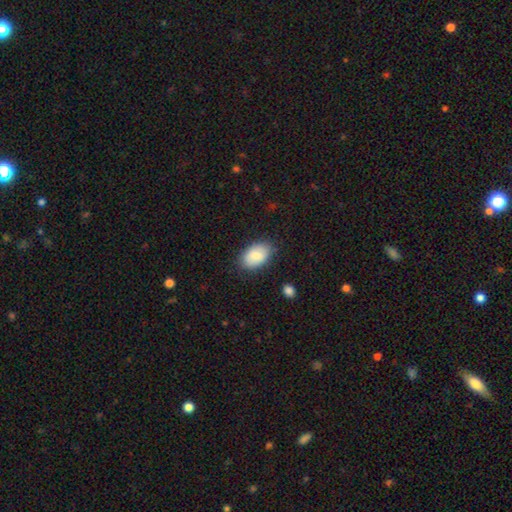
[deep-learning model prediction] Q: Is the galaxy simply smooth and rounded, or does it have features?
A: smooth — 83%.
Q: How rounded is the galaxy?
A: in between — 92%.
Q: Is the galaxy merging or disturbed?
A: none — 81%.